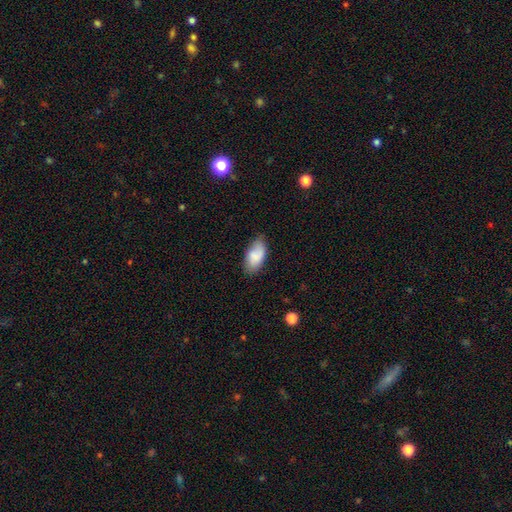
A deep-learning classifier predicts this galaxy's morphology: type=smooth (82%); roundness=in between (94%); merging=none (70%).